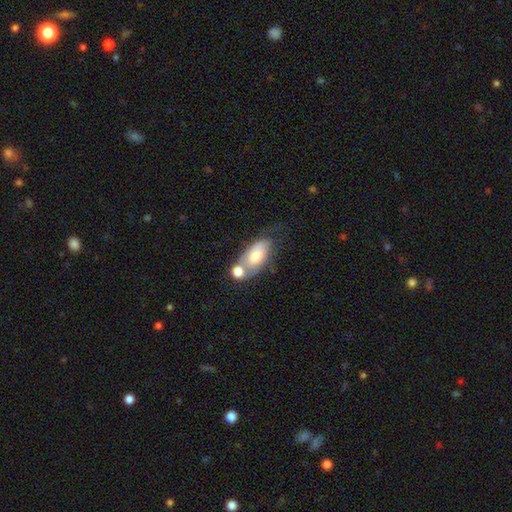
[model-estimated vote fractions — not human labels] This appears to be a smooth galaxy with no disk features (65%) that is in between round and cigar-shaped (88%). Merging: merger (38%).